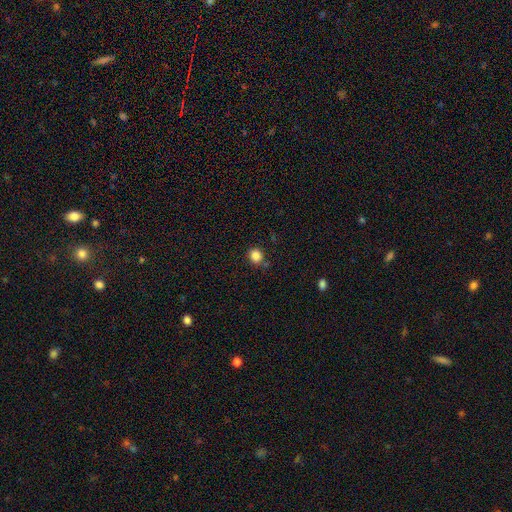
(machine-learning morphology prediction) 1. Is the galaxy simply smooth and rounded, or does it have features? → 85% smooth, 11% star or artifact, 4% featured or disk.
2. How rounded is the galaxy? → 82% round, 17% in between, 1% cigar-shaped.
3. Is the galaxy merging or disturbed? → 80% none, 12% minor disturbance, 5% merger, 3% major disturbance.